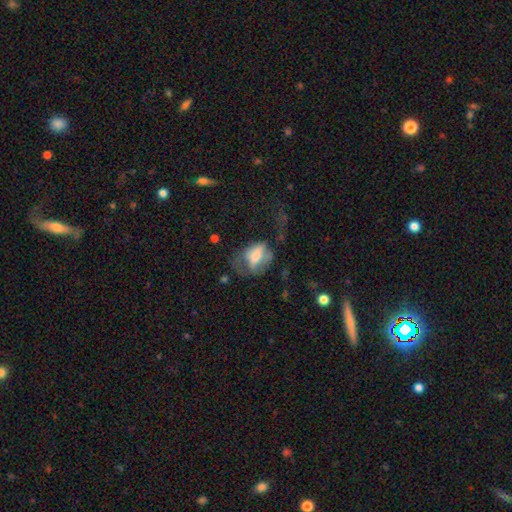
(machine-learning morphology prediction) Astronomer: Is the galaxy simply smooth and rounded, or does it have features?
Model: smooth — 58%.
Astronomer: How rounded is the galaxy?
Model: in between — 75%.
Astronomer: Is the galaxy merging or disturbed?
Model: major disturbance — 44% (runner-up: none, 28%).